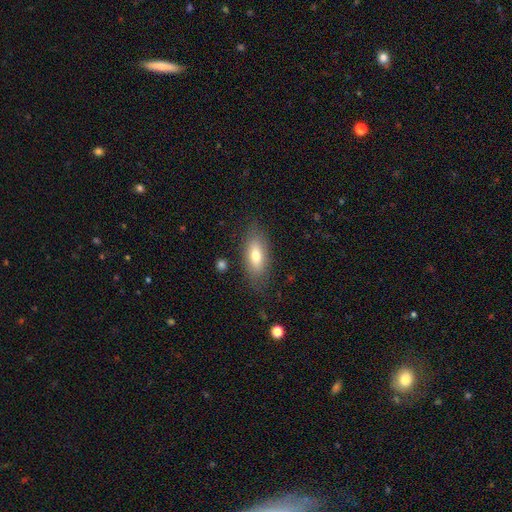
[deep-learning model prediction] Smooth or featured? Predicted: smooth (p=0.71). How rounded? Predicted: in between (p=0.79). Merging? Predicted: none (p=0.81).